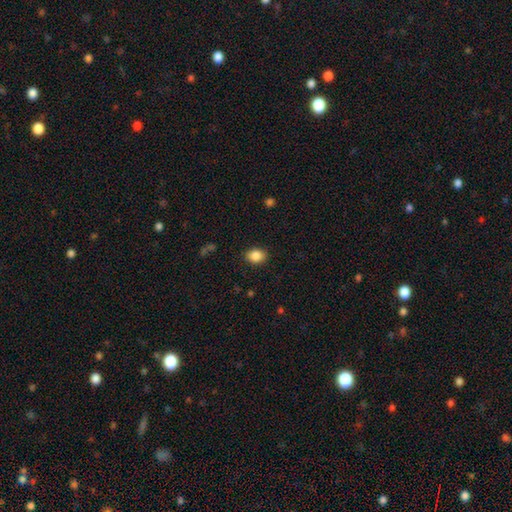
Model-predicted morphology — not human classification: The model was most divided on "how rounded": in between: 59%, round: 40%, cigar-shaped: 1%. More confident: merging — none (88%); smooth or featured — smooth (87%).